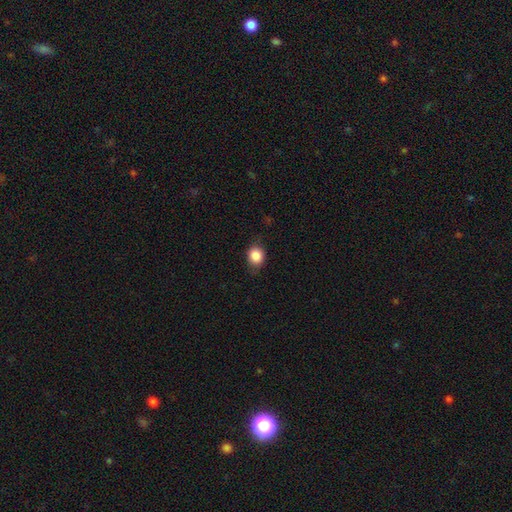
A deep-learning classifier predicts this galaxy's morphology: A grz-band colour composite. It shows a smooth galaxy with no disk features (85%) that is round (61%). Merging: none (77%).